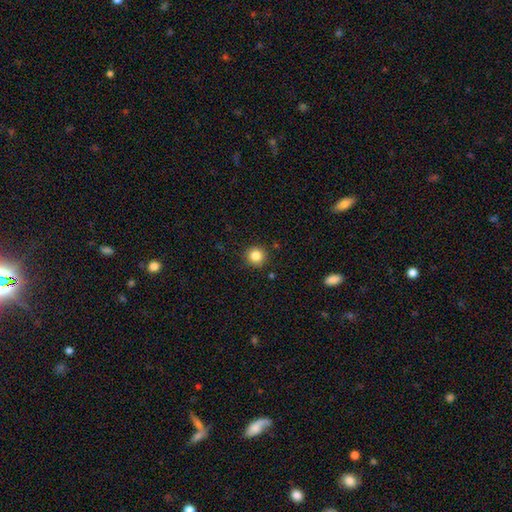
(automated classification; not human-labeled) Smooth or featured: smooth — 84% (star or artifact — 11%)
How rounded: round — 94% (in between — 5%)
Merging: none — 90% (minor disturbance — 7%)